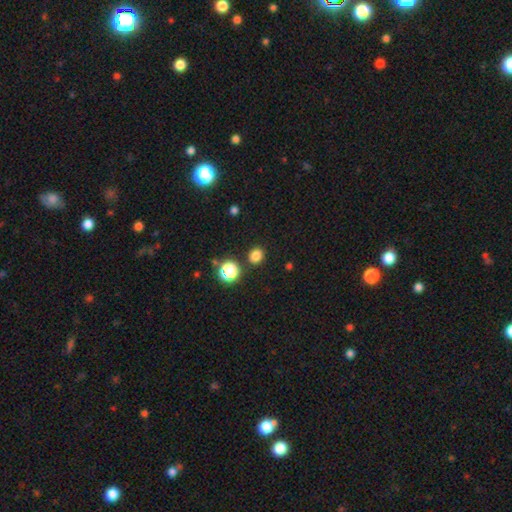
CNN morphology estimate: Smooth or featured: smooth — 80% (star or artifact — 16%)
How rounded: round — 72% (in between — 27%)
Merging: none — 86% (minor disturbance — 8%)